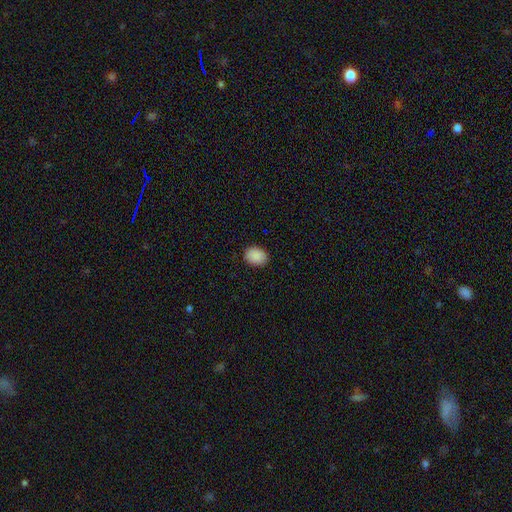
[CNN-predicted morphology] smooth_or_featured: smooth (p=0.89) [alt: star or artifact p=0.08]
how_rounded: in between (p=0.68) [alt: round p=0.31]
merging: none (p=0.88) [alt: minor disturbance p=0.09]